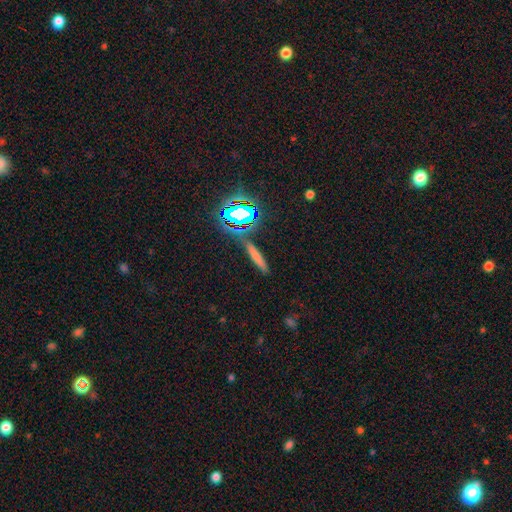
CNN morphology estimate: Smooth or featured: smooth — 61% (star or artifact — 20%)
How rounded: cigar-shaped — 88% (in between — 9%)
Merging: none — 82% (minor disturbance — 11%)